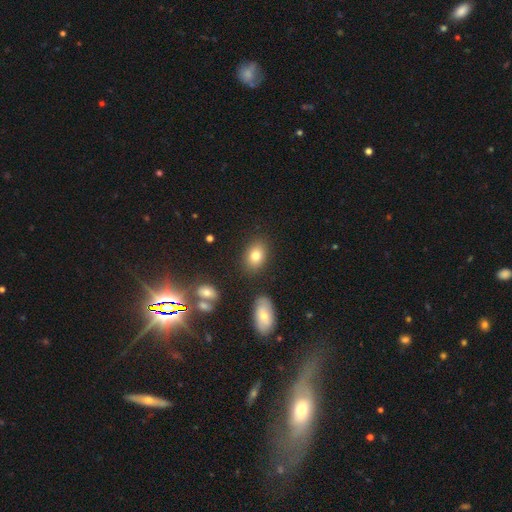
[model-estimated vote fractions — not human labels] smooth-or-featured: smooth: 79% | featured or disk: 11% | star or artifact: 10%
  how-rounded: in between: 74% | round: 24% | cigar-shaped: 1%
  merging: none: 83% | minor disturbance: 10% | merger: 4% | major disturbance: 3%